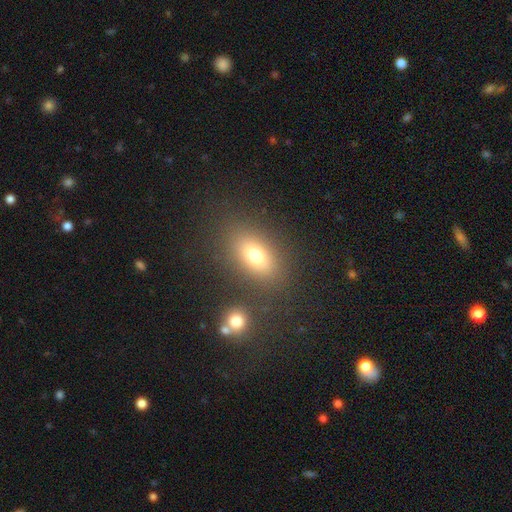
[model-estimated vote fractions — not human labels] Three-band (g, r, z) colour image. It shows a smooth galaxy with no disk features (74%) that is in between round and cigar-shaped (81%). Merging: none (80%).